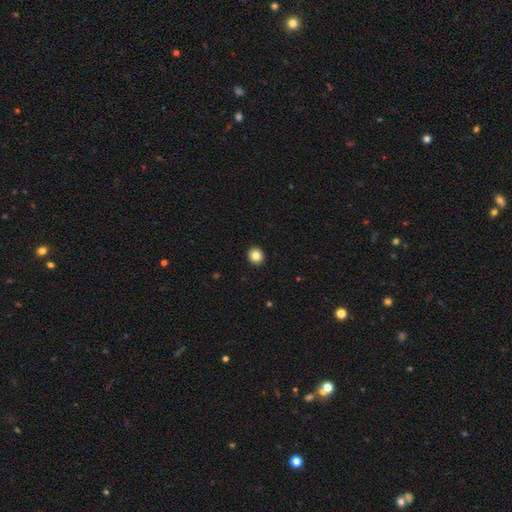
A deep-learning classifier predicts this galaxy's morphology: Overall: smooth (83%). How rounded: round (84%). Merging: none (93%).